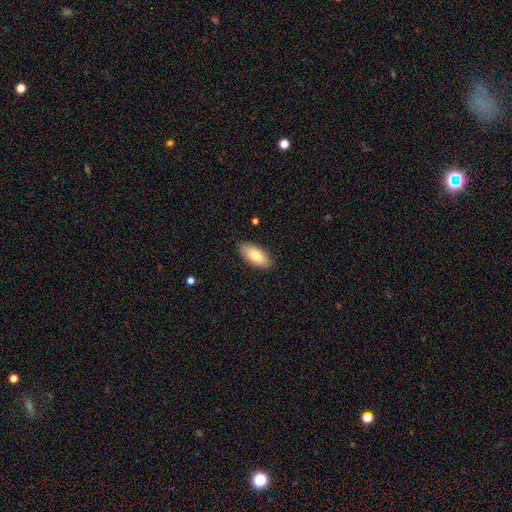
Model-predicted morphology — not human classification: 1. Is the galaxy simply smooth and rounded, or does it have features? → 82% smooth, 12% featured or disk, 6% star or artifact.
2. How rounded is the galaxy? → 89% in between, 9% cigar-shaped, 2% round.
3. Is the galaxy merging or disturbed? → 87% none, 10% minor disturbance, 2% major disturbance, 1% merger.